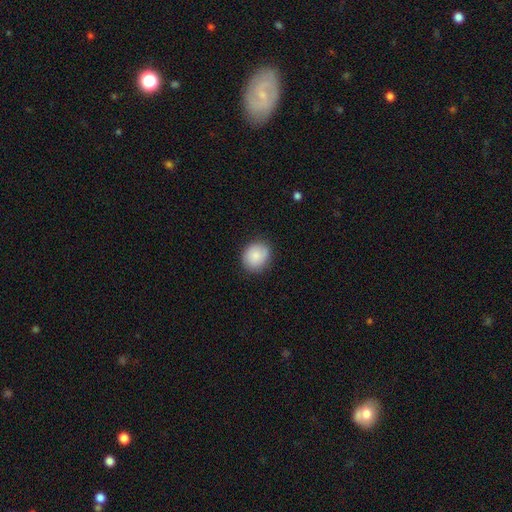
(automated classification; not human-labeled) Smooth or featured?
  - smooth: 87% *
  - star or artifact: 7%
  - featured or disk: 6%
How rounded?
  - round: 73% *
  - in between: 26%
  - cigar-shaped: 1%
Merging?
  - none: 85% *
  - minor disturbance: 11%
  - major disturbance: 2%
  - merger: 1%